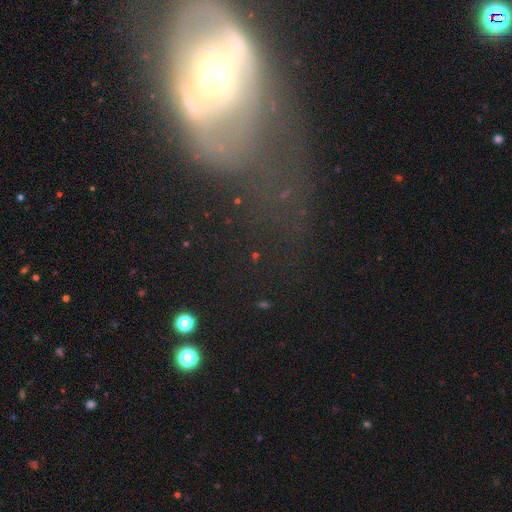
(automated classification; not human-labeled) Smooth or featured? star or artifact (57%)